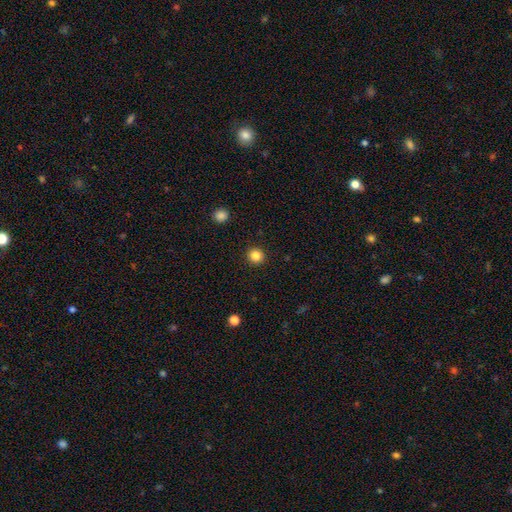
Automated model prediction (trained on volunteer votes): Smooth or featured? Predicted: smooth (p=0.84). How rounded? Predicted: round (p=0.93). Merging? Predicted: none (p=0.93).